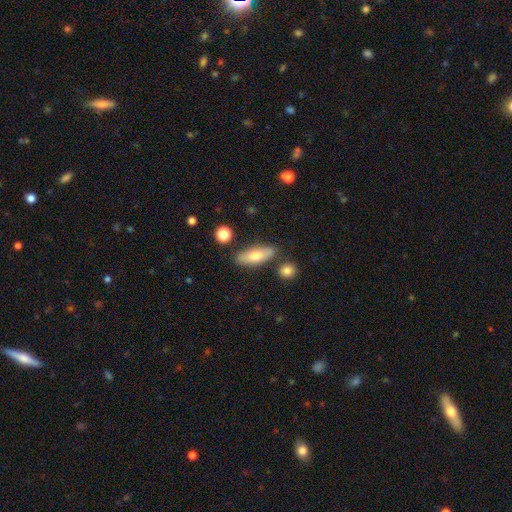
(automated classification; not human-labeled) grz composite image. It shows a smooth galaxy with no disk features (71%) that is in between round and cigar-shaped (66%). Merging: none (77%).